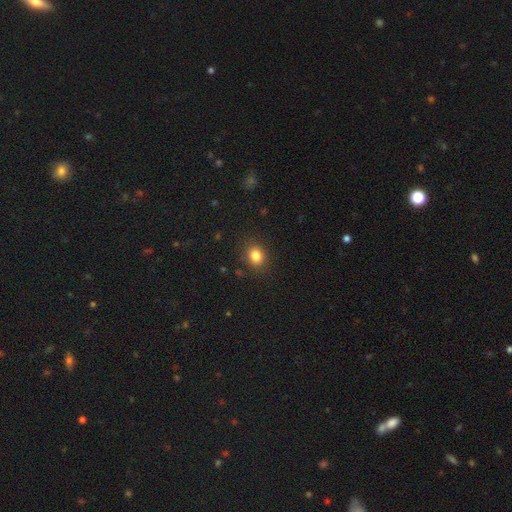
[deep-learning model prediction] The model was most divided on "how rounded": round: 54%, in between: 45%, cigar-shaped: 1%. More confident: merging — none (85%); smooth or featured — smooth (83%).